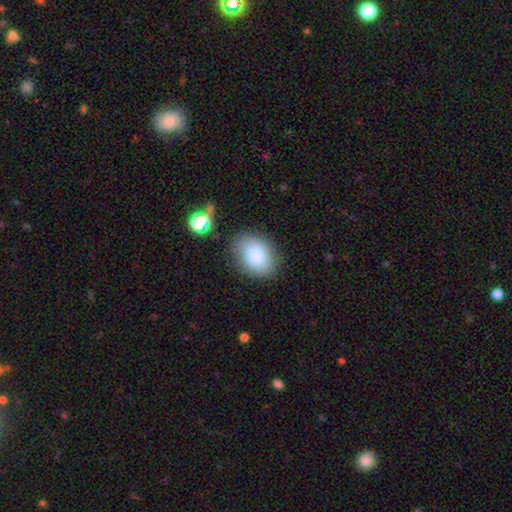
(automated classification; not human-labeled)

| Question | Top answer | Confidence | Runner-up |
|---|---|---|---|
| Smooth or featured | smooth | 82% | featured or disk (10%) |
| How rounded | in between | 70% | round (29%) |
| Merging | none | 81% | minor disturbance (13%) |